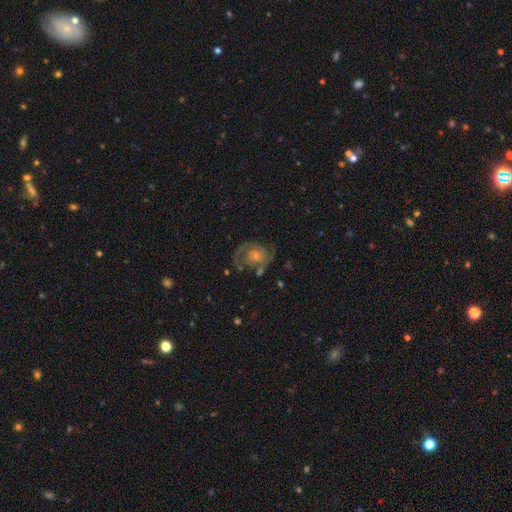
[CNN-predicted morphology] Smooth or featured: featured or disk — 74% (smooth — 15%)
Edge-on disk: no — 97% (yes — 3%)
Bar: no — 74% (weak — 22%)
Spiral arms: yes — 89% (no — 11%)
Spiral winding: medium — 44% (tight — 41%)
Spiral arm count: 2 — 66% (can't tell — 16%)
Bulge size: small — 51% (moderate — 38%)
Merging: none — 65% (minor disturbance — 17%)